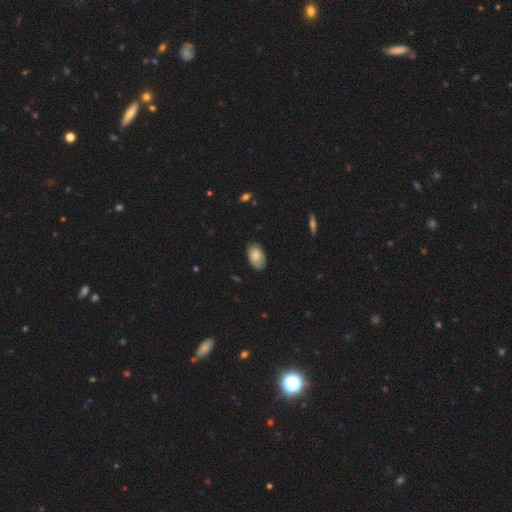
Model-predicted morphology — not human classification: smooth_or_featured: smooth (p=0.78) [alt: featured or disk p=0.15]
how_rounded: in between (p=0.93) [alt: round p=0.06]
merging: none (p=0.75) [alt: minor disturbance p=0.20]